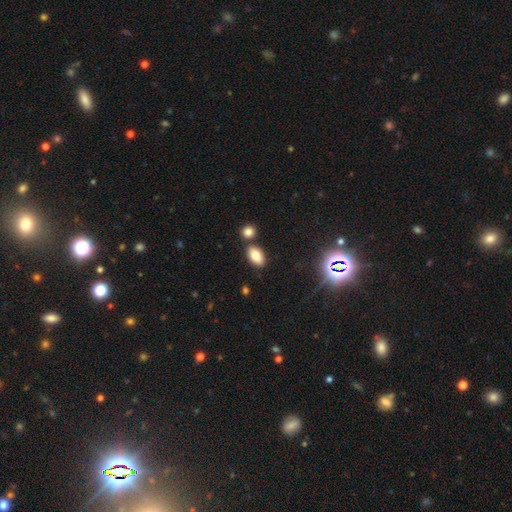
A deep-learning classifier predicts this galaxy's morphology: Smooth or featured?
  - smooth: 81% *
  - star or artifact: 10%
  - featured or disk: 9%
How rounded?
  - in between: 91% *
  - round: 7%
  - cigar-shaped: 2%
Merging?
  - none: 76% *
  - merger: 12%
  - minor disturbance: 10%
  - major disturbance: 2%